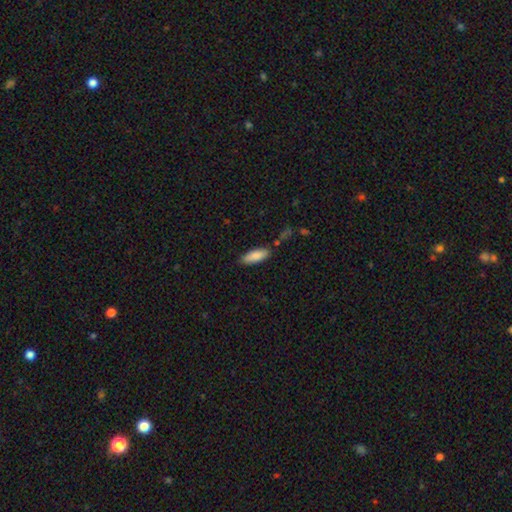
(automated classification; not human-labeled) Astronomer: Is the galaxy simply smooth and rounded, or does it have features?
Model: smooth — 87%.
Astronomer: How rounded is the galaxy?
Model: in between — 64%.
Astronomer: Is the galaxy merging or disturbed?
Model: none — 82%.